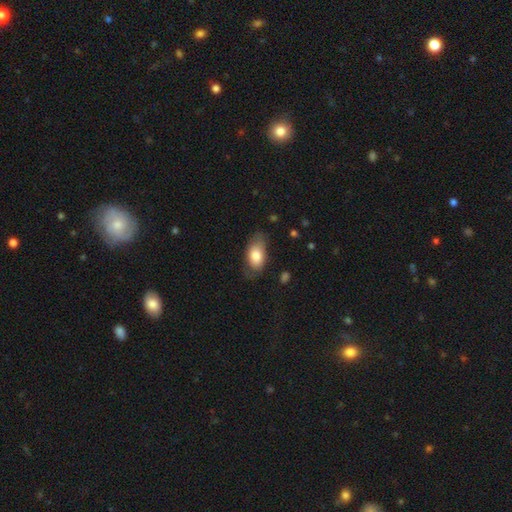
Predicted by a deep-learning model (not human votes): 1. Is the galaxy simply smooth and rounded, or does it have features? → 78% smooth, 15% featured or disk, 6% star or artifact.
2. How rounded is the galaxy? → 92% in between, 5% round, 4% cigar-shaped.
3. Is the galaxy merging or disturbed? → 63% none, 27% minor disturbance, 9% major disturbance, 1% merger.